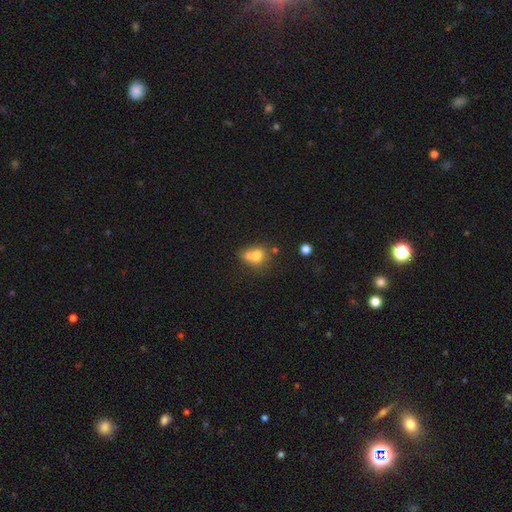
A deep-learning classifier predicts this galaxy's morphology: A smooth galaxy with no disk features (72%) that is round (65%).

Vote fractions:
- Smooth or featured? smooth: 72% / featured or disk: 16% / star or artifact: 12%
- How rounded? round: 65% / in between: 34% / cigar-shaped: 1%
- Merging? merger: 48% / none: 33% / minor disturbance: 13% / major disturbance: 7%